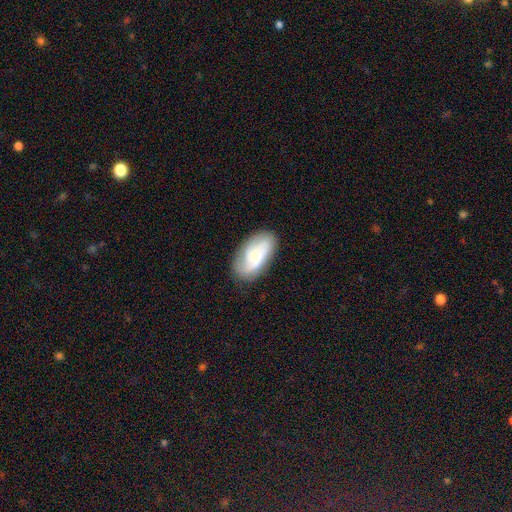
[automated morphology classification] featured or disk 49%, smooth 44%, star or artifact 7%. Down the decision tree: merging — none (75%).